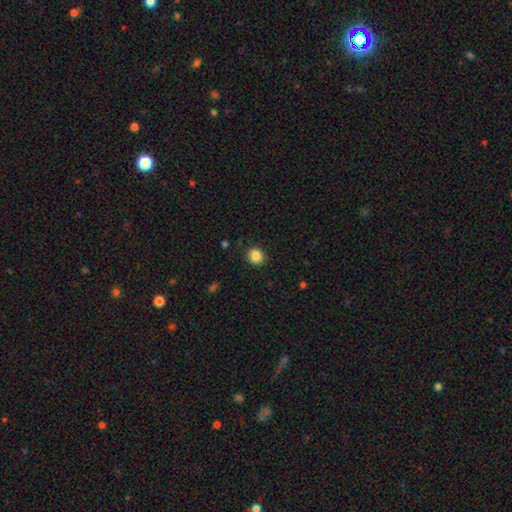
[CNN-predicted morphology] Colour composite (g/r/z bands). It shows a smooth galaxy with no disk features (86%) that is round (85%). Merging: none (90%).